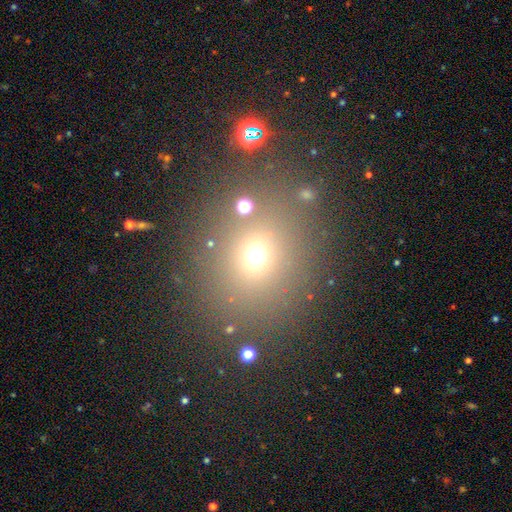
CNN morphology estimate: A smooth galaxy with no disk features (64%) that is round (79%).

Vote fractions:
- Smooth or featured? smooth: 64% / star or artifact: 27% / featured or disk: 10%
- How rounded? round: 79% / in between: 20% / cigar-shaped: 1%
- Merging? none: 78% / minor disturbance: 9% / merger: 7% / major disturbance: 5%